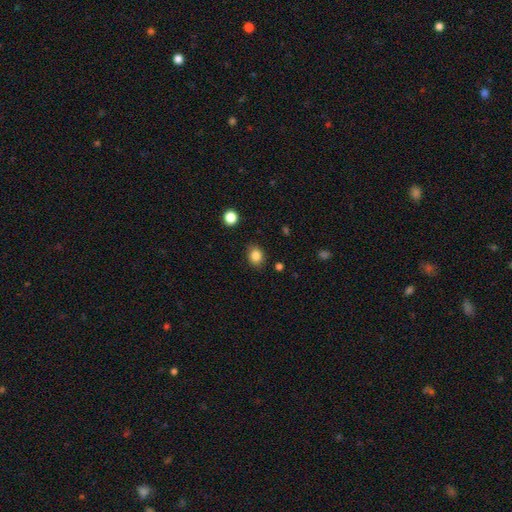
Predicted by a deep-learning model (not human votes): Overall: smooth (85%). How rounded: round (50%; in between 49%). Merging: none (84%).